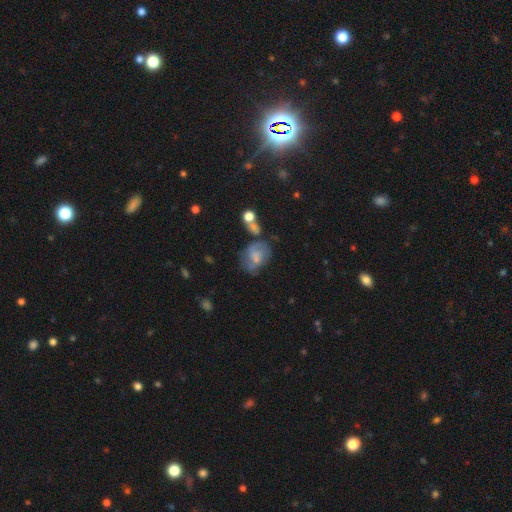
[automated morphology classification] smooth-or-featured: smooth: 45% (tied) | featured or disk: 45% (tied) | star or artifact: 10%
  merging: none: 40% | minor disturbance: 26% | major disturbance: 21% | merger: 13%